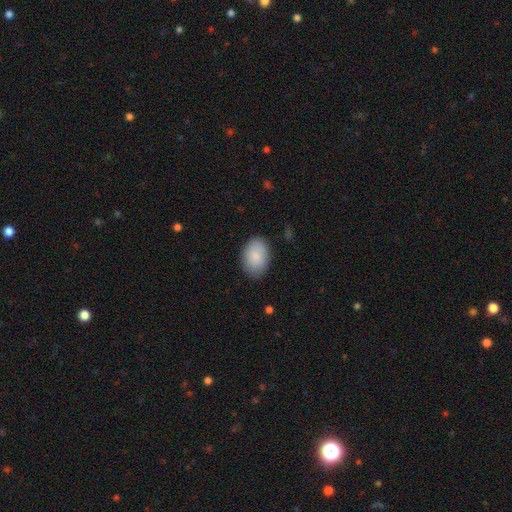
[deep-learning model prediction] The model was most divided on "merging": none: 85%, minor disturbance: 12%, major disturbance: 3%, merger: 1%. More confident: how rounded — in between (88%); smooth or featured — smooth (87%).